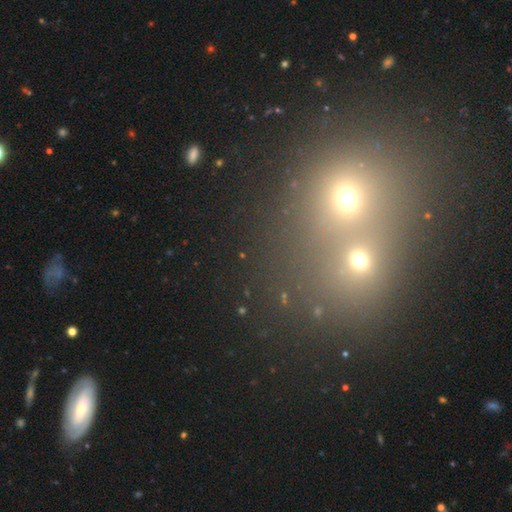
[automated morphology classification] Smooth or featured? smooth (44%)
Merging? merger (55%)